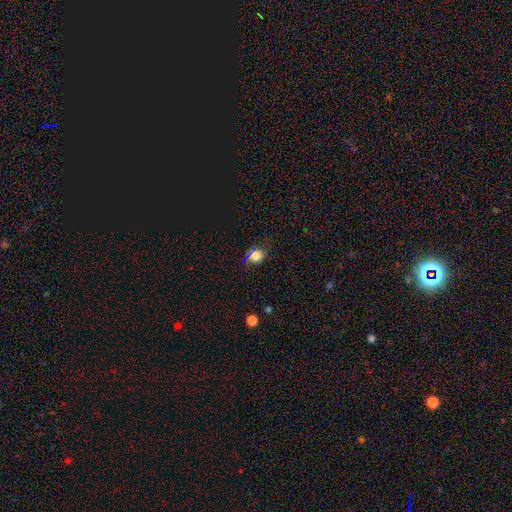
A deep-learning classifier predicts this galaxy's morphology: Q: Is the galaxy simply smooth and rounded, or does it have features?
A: smooth — 70%.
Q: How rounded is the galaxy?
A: round — 72%.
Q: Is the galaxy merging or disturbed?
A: none — 75%.